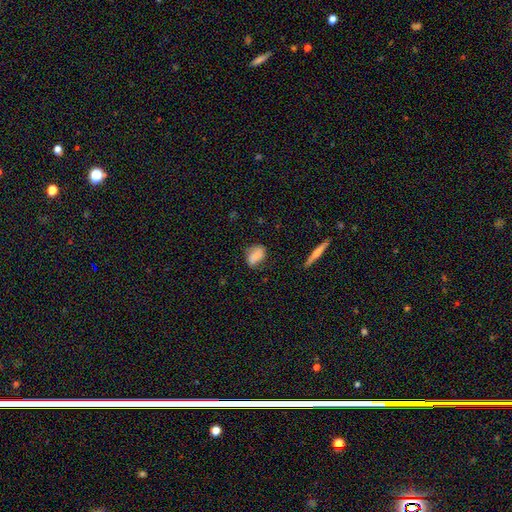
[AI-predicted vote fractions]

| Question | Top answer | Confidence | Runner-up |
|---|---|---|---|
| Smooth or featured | smooth | 63% | featured or disk (27%) |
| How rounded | in between | 77% | round (20%) |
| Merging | none | 66% | minor disturbance (24%) |